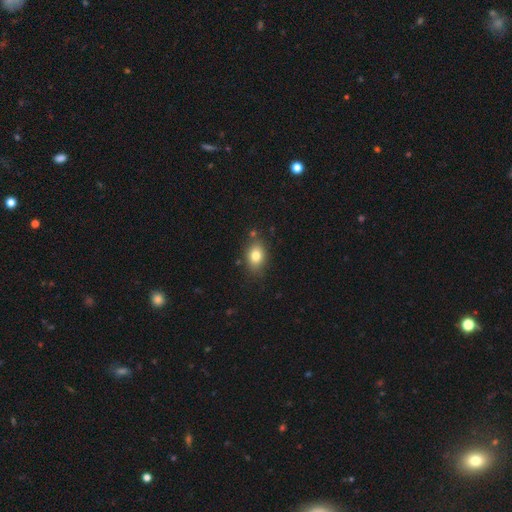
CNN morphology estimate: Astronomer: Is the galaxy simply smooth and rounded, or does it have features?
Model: smooth — 80%.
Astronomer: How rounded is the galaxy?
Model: in between — 77%.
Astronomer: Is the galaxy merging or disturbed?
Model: none — 80%.